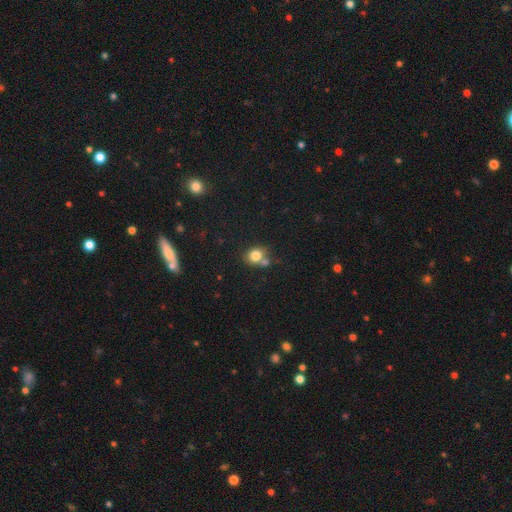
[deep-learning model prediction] A smooth galaxy with no disk features (79%) that is round (68%). Merging: none (54%).